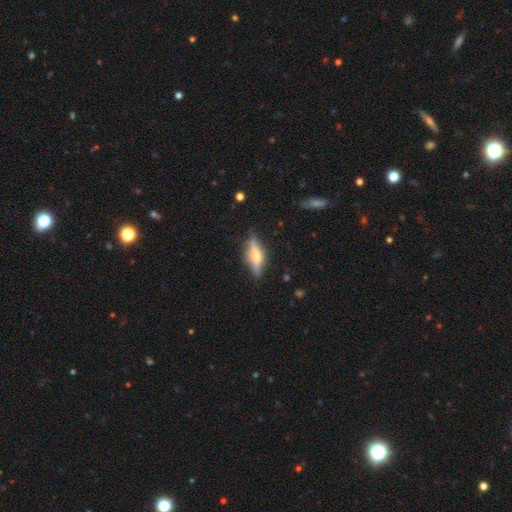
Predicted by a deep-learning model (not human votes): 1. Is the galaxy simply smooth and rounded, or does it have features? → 61% featured or disk, 32% smooth, 7% star or artifact.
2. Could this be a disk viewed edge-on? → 90% yes, 10% no.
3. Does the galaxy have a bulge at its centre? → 89% rounded, 7% boxy, 4% none.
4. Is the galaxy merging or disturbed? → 81% none, 14% minor disturbance, 4% major disturbance, 1% merger.